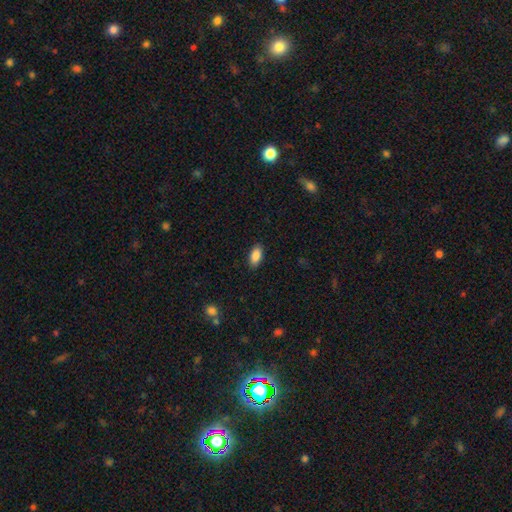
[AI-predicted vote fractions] The model was most divided on "merging": none: 88%, minor disturbance: 9%, major disturbance: 2%, merger: 1%. More confident: how rounded — in between (93%); smooth or featured — smooth (88%).